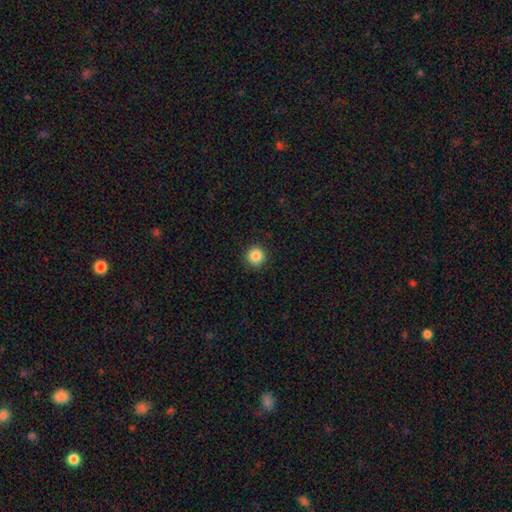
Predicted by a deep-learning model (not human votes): Smooth or featured? smooth (86%)
How rounded? round (96%)
Merging? none (92%)